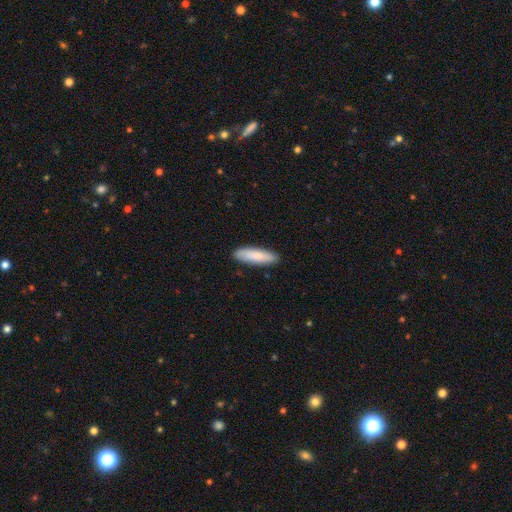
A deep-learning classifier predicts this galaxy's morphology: Smooth or featured: smooth — 82% (featured or disk — 13%)
How rounded: cigar-shaped — 58% (in between — 40%)
Merging: none — 89% (minor disturbance — 8%)